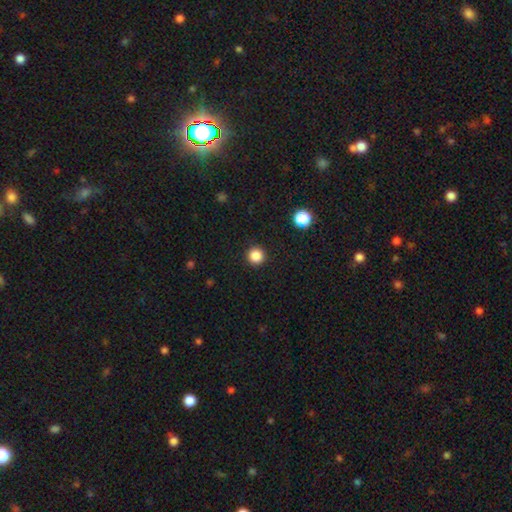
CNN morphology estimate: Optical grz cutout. It shows a smooth galaxy with no disk features (85%) that is round (96%). Merging: none (93%).